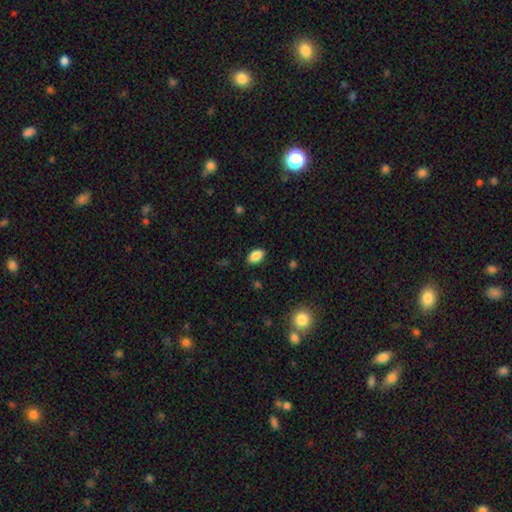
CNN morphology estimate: The model was most divided on "merging": none: 86%, minor disturbance: 10%, major disturbance: 2%, merger: 1%. More confident: how rounded — in between (90%); smooth or featured — smooth (87%).